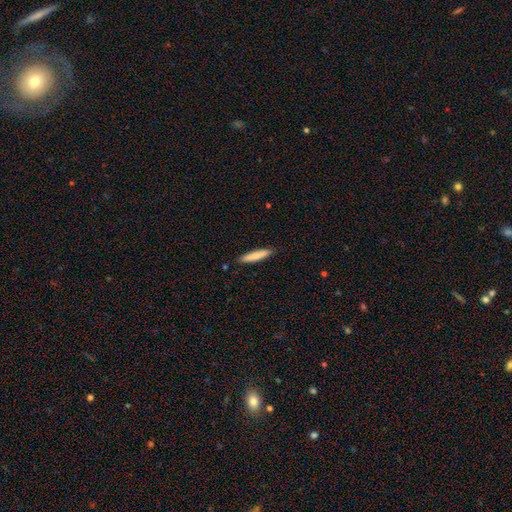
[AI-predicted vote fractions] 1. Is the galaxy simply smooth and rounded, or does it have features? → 79% smooth, 15% featured or disk, 6% star or artifact.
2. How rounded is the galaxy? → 86% cigar-shaped, 13% in between, 1% round.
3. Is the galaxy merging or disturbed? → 88% none, 9% minor disturbance, 2% major disturbance, 1% merger.